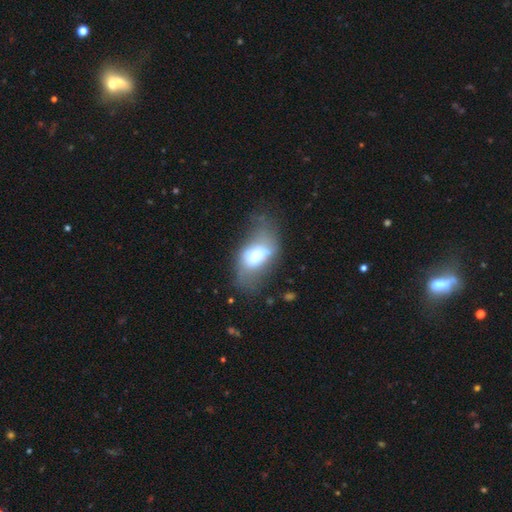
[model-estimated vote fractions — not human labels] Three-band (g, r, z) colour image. It shows a smooth galaxy with no disk features (53%) that is in between round and cigar-shaped (87%). Merging: none (38%).